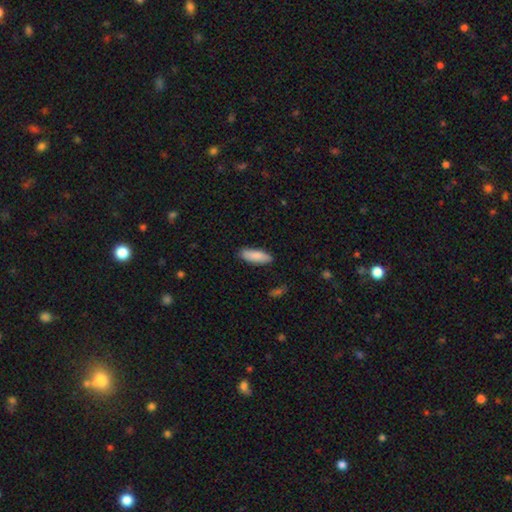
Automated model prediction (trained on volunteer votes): Morphology: type=smooth (86%); roundness=in between (60%); merging=none (85%).